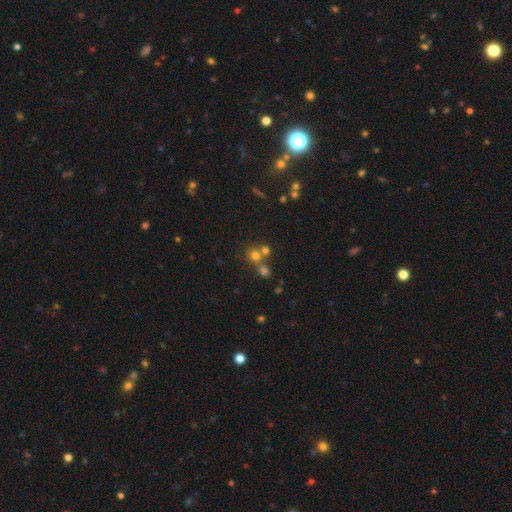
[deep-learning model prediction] Smooth or featured?
  - smooth: 64% *
  - star or artifact: 22%
  - featured or disk: 14%
How rounded?
  - round: 86% *
  - in between: 13%
  - cigar-shaped: 1%
Merging?
  - none: 50% *
  - merger: 40%
  - minor disturbance: 7%
  - major disturbance: 4%